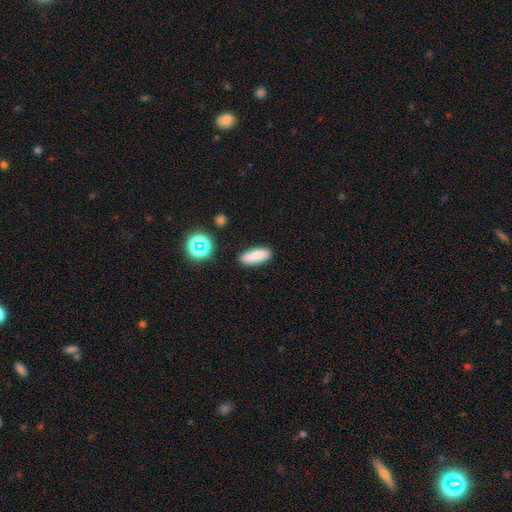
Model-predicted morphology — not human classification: Smooth or featured: smooth — 80% (featured or disk — 10%)
How rounded: in between — 66% (cigar-shaped — 31%)
Merging: none — 86% (minor disturbance — 9%)